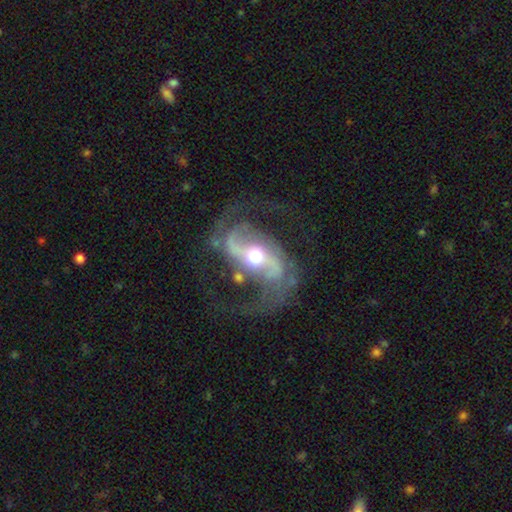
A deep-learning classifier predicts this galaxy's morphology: smooth_or_featured: featured or disk (p=0.88) [alt: smooth p=0.06]
disk_edge_on: no (p=0.96) [alt: yes p=0.04]
bar: strong (p=0.41) [alt: weak p=0.30]
has_spiral_arms: yes (p=0.94) [alt: no p=0.06]
spiral_winding: loose (p=0.47) [alt: medium p=0.42]
spiral_arm_count: 2 (p=0.91) [alt: can't tell p=0.03]
bulge_size: moderate (p=0.72) [alt: large p=0.14]
merging: none (p=0.66) [alt: major disturbance p=0.16]